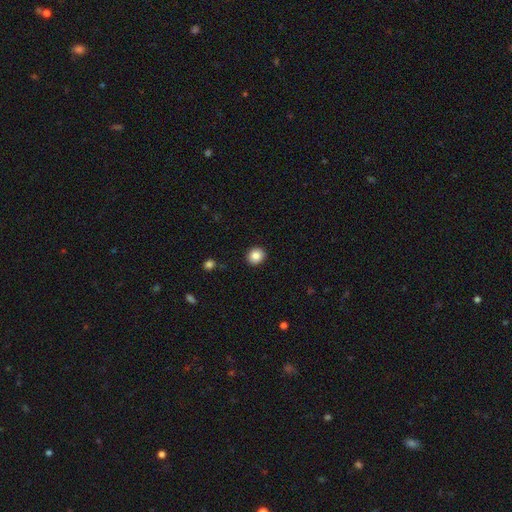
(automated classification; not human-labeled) smooth 86%, star or artifact 9%, featured or disk 5%. Down the decision tree: how rounded — round (84%); merging — none (92%).